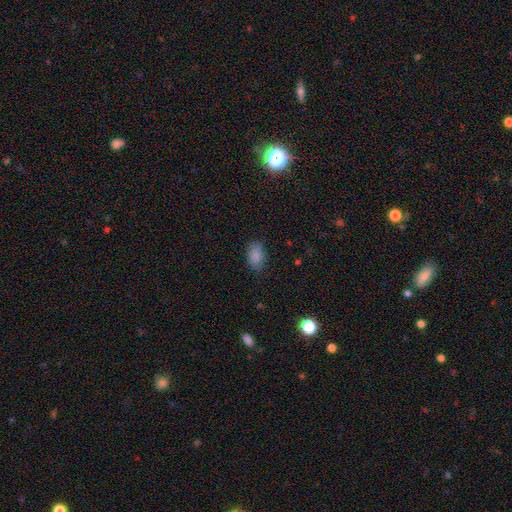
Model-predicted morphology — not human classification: A smooth galaxy with no disk features (86%) that is in between round and cigar-shaped (90%). Merging: none (78%).